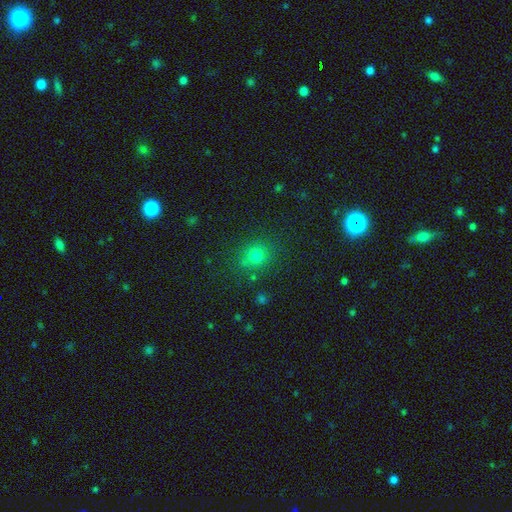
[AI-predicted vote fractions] A smooth galaxy with no disk features (74%) that is round (79%).

Vote fractions:
- Smooth or featured? smooth: 74% / star or artifact: 19% / featured or disk: 8%
- How rounded? round: 79% / in between: 19% / cigar-shaped: 1%
- Merging? none: 79% / minor disturbance: 12% / merger: 5% / major disturbance: 4%